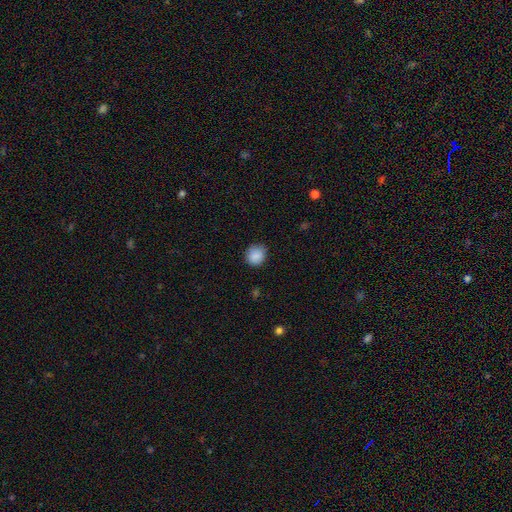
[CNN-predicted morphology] Smooth or featured?
  - smooth: 89% *
  - star or artifact: 8%
  - featured or disk: 3%
How rounded?
  - round: 84% *
  - in between: 15%
  - cigar-shaped: 1%
Merging?
  - none: 82% *
  - minor disturbance: 14%
  - major disturbance: 3%
  - merger: 1%